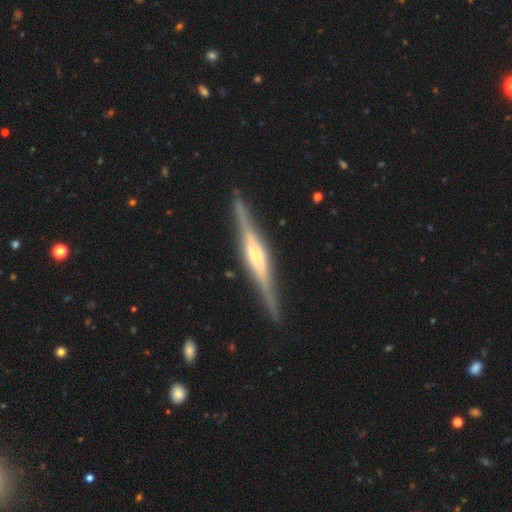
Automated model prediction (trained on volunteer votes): Overall: featured or disk (83%). Edge-on disk: yes (98%). Edge-on bulge: rounded (59%; boxy 34%). Merging: none (89%).